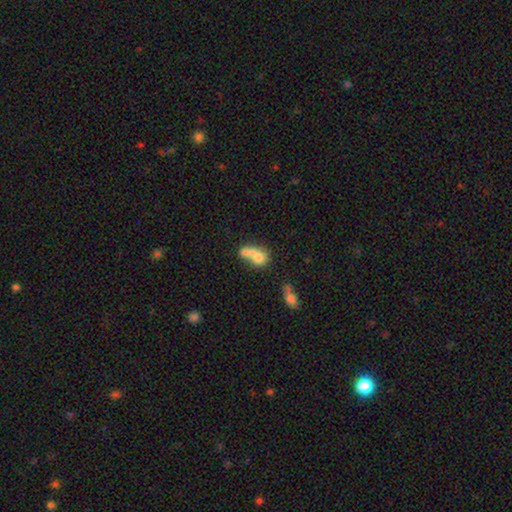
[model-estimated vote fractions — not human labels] Smooth or featured?
  - smooth: 65% *
  - featured or disk: 24%
  - star or artifact: 11%
How rounded?
  - round: 56% *
  - in between: 42%
  - cigar-shaped: 2%
Merging?
  - merger: 66% *
  - none: 21%
  - minor disturbance: 7%
  - major disturbance: 6%